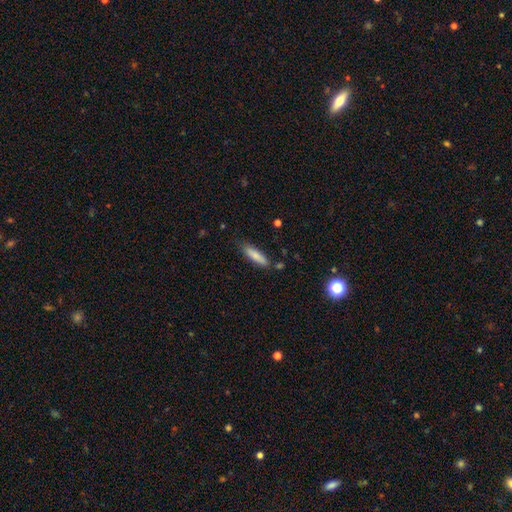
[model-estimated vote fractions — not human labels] smooth-or-featured: smooth: 81% | featured or disk: 12% | star or artifact: 6%
  how-rounded: cigar-shaped: 68% | in between: 30% | round: 2%
  merging: none: 78% | minor disturbance: 15% | merger: 3% | major disturbance: 3%